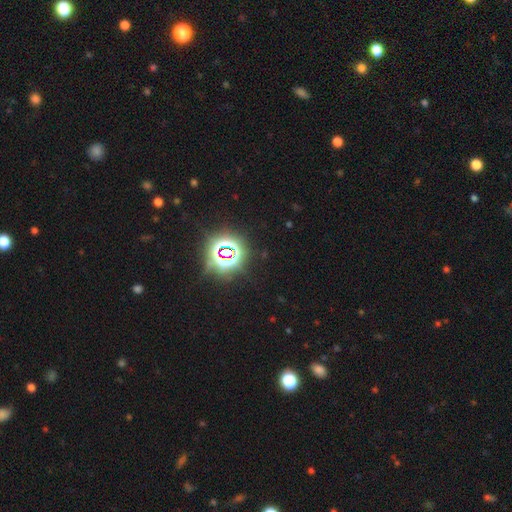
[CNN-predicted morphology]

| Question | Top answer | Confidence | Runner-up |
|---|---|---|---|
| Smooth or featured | star or artifact | 80% | smooth (13%) |